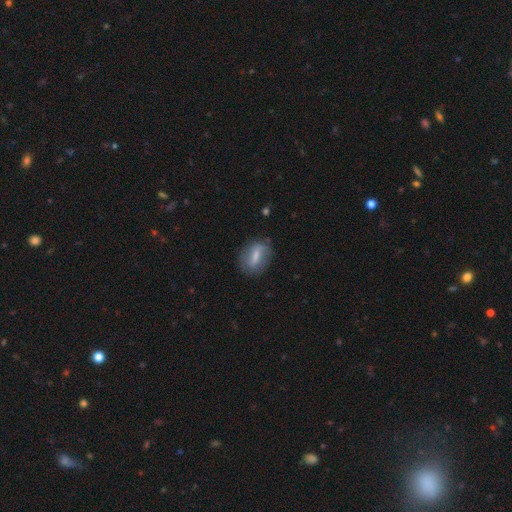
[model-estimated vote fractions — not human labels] A smooth galaxy with no disk features (51%) that is in between round and cigar-shaped (69%).

Vote fractions:
- Smooth or featured? smooth: 51% / featured or disk: 41% / star or artifact: 8%
- How rounded? in between: 69% / round: 22% / cigar-shaped: 9%
- Merging? none: 75% / minor disturbance: 17% / major disturbance: 6% / merger: 2%